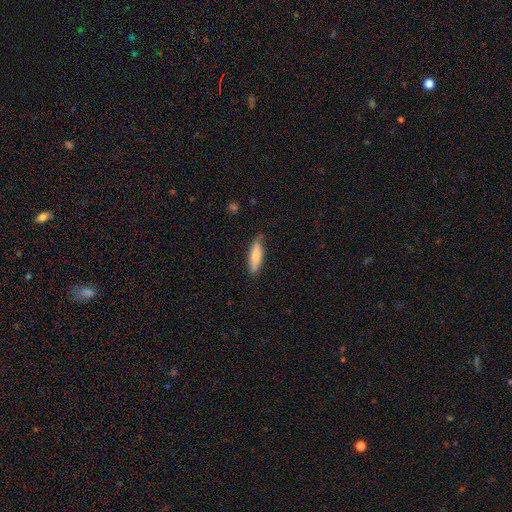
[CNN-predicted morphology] Smooth or featured: smooth — 77% (featured or disk — 17%)
How rounded: cigar-shaped — 66% (in between — 32%)
Merging: none — 78% (minor disturbance — 18%)